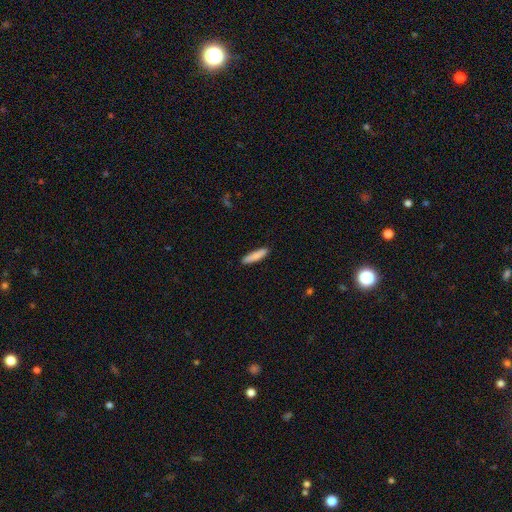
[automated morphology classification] Overall: smooth (85%). How rounded: cigar-shaped (84%). Merging: none (90%).